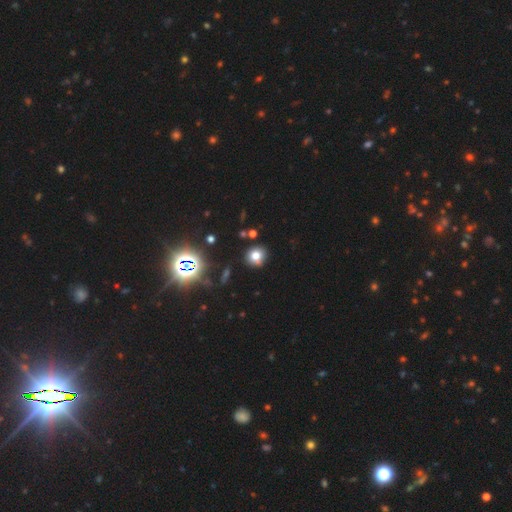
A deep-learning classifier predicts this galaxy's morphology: Smooth or featured? Predicted: smooth (p=0.72). How rounded? Predicted: round (p=0.84). Merging? Predicted: none (p=0.83).